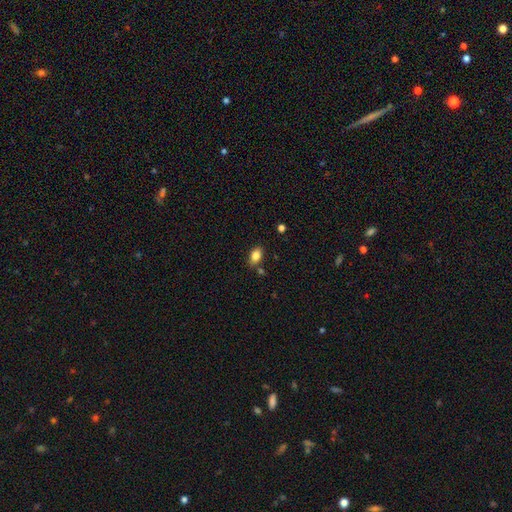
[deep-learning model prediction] Smooth or featured?
  - smooth: 83% *
  - star or artifact: 9%
  - featured or disk: 8%
How rounded?
  - in between: 87% *
  - round: 10%
  - cigar-shaped: 2%
Merging?
  - none: 80% *
  - minor disturbance: 12%
  - merger: 5%
  - major disturbance: 3%